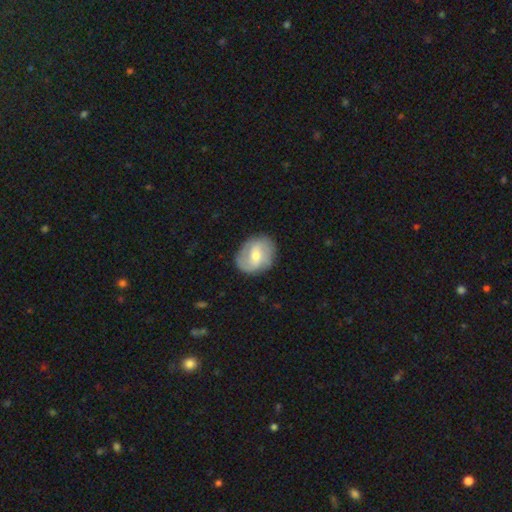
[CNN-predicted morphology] A featured or disk galaxy (61%) with a weak bar (50%), spiral arms (81%) and a moderate central bulge (56%). Merging: none (80%).